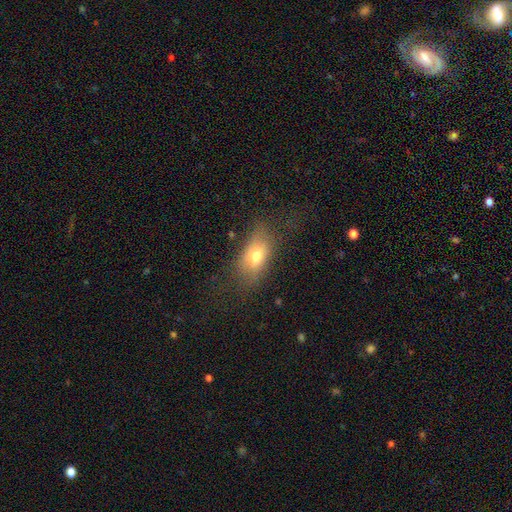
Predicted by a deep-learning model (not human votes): Overall: smooth (70%). How rounded: in between (84%). Merging: none (60%; minor disturbance 23%).